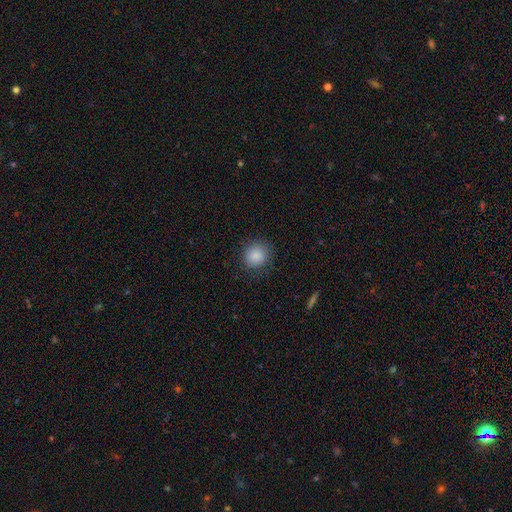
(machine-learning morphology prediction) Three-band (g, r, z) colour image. It shows a smooth galaxy with no disk features (87%) that is round (87%). Merging: none (86%).